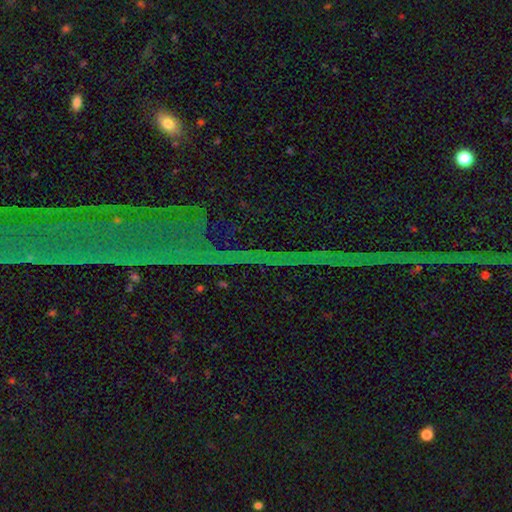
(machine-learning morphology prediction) Smooth or featured? star or artifact (79%)